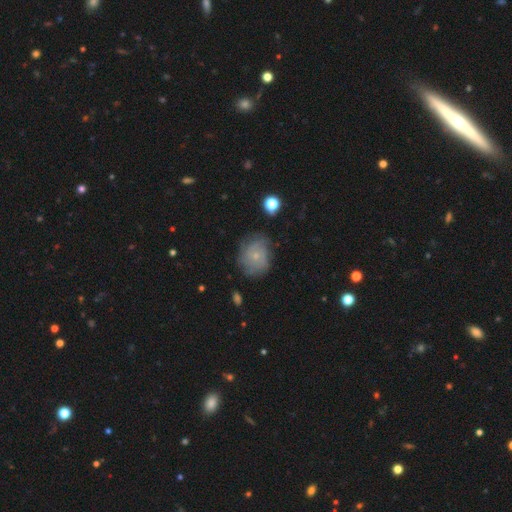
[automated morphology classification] A featured or disk galaxy (49%). Merging: none (62%).